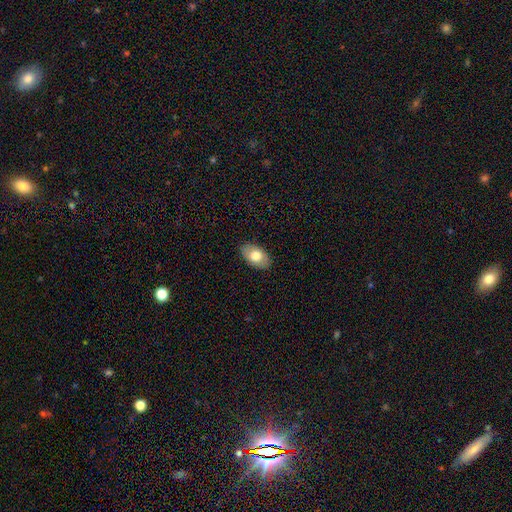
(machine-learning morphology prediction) smooth_or_featured: smooth (p=0.74) [alt: featured or disk p=0.20]
how_rounded: in between (p=0.93) [alt: round p=0.06]
merging: none (p=0.88) [alt: minor disturbance p=0.09]